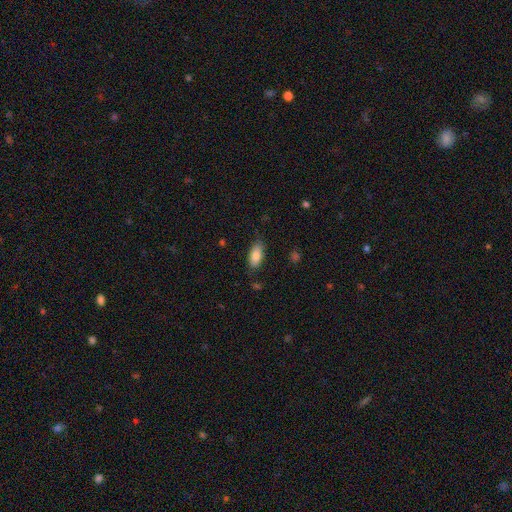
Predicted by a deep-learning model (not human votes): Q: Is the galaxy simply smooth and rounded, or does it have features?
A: smooth — 84%.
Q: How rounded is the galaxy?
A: in between — 88%.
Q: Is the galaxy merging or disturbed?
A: none — 80%.